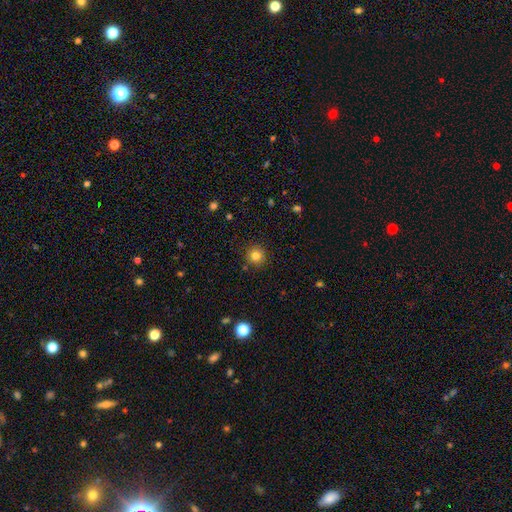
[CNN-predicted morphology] smooth_or_featured: smooth (p=0.81) [alt: star or artifact p=0.12]
how_rounded: round (p=0.94) [alt: in between p=0.05]
merging: none (p=0.90) [alt: minor disturbance p=0.06]